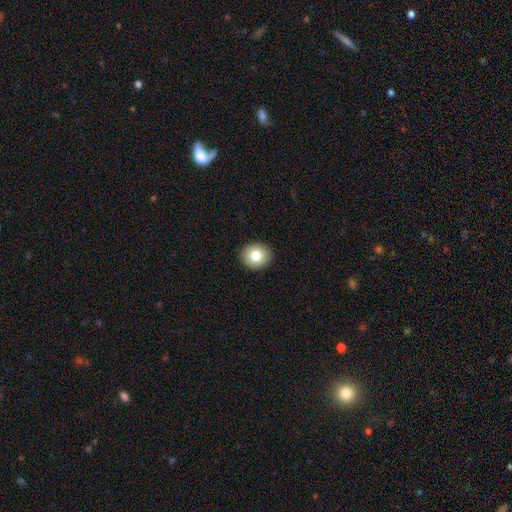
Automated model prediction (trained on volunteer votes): Smooth or featured? smooth (79%)
How rounded? round (76%)
Merging? none (92%)